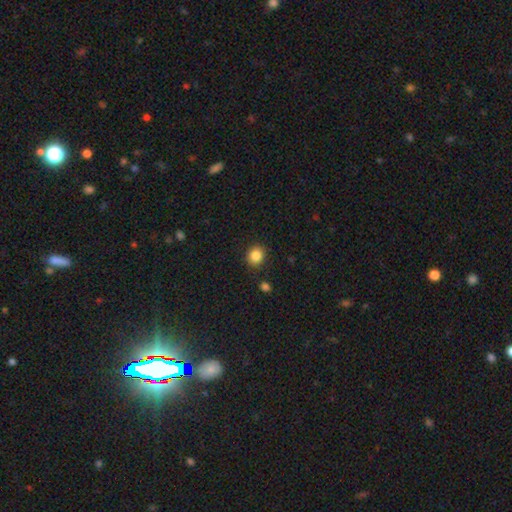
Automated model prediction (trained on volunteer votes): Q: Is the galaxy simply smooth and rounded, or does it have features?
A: smooth — 86%.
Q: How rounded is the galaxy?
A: round — 81%.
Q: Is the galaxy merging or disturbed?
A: none — 88%.